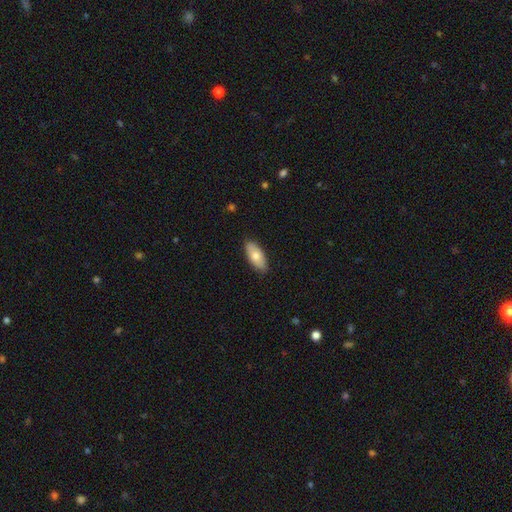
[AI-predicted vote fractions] Smooth or featured?
  - smooth: 75% *
  - featured or disk: 20%
  - star or artifact: 6%
How rounded?
  - in between: 87% *
  - cigar-shaped: 10%
  - round: 2%
Merging?
  - none: 87% *
  - minor disturbance: 10%
  - major disturbance: 2%
  - merger: 1%